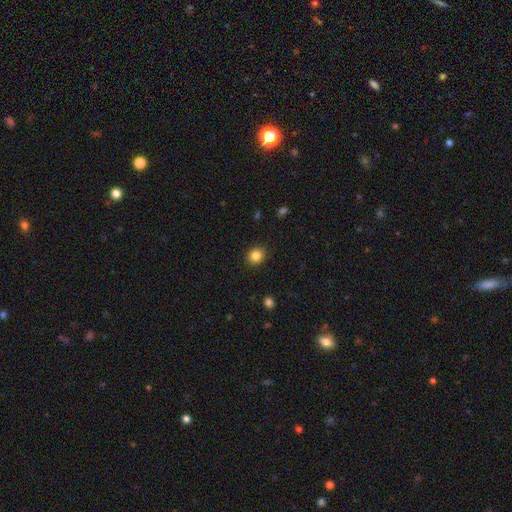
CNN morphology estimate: Smooth or featured?
  - smooth: 84% *
  - star or artifact: 11%
  - featured or disk: 5%
How rounded?
  - round: 76% *
  - in between: 23%
  - cigar-shaped: 1%
Merging?
  - none: 91% *
  - minor disturbance: 7%
  - major disturbance: 2%
  - merger: 1%